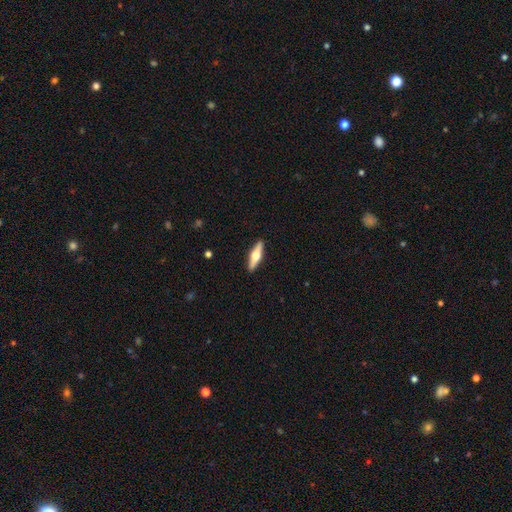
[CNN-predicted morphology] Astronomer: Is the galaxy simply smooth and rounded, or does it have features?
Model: featured or disk — 61%.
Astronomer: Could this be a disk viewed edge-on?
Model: yes — 95%.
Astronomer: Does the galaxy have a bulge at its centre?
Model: rounded — 95%.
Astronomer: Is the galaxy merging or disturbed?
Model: none — 91%.